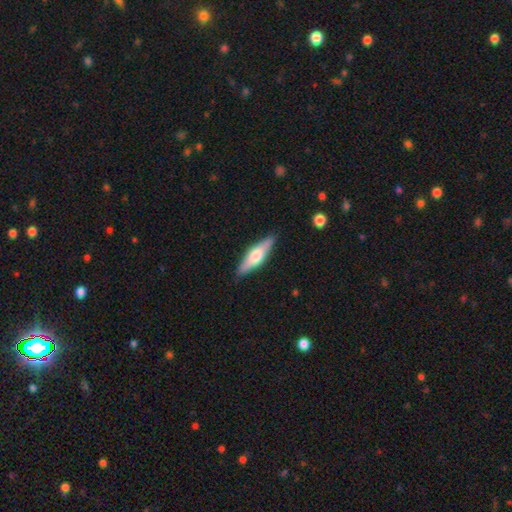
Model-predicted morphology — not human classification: Smooth or featured? smooth (49%)
Merging? none (87%)